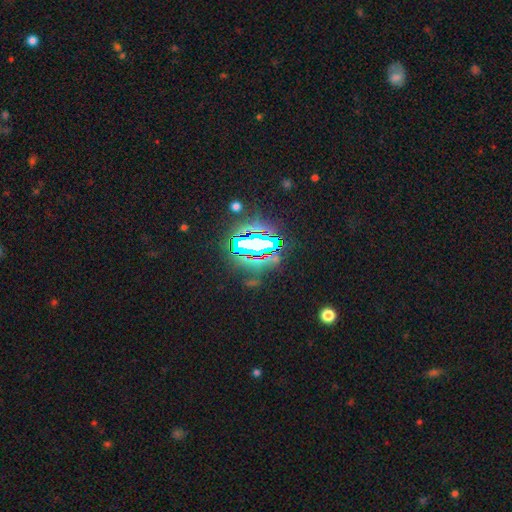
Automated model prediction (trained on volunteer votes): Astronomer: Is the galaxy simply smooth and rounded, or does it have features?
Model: star or artifact — 82%.